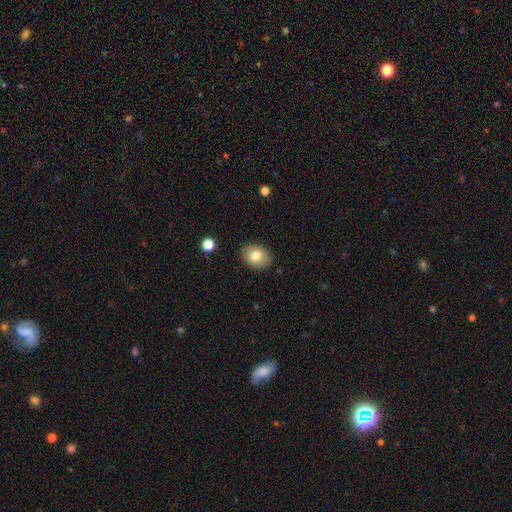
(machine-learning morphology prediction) smooth-or-featured: smooth: 79% | featured or disk: 13% | star or artifact: 9%
  how-rounded: in between: 63% | round: 37% | cigar-shaped: 1%
  merging: none: 87% | minor disturbance: 9% | major disturbance: 2% | merger: 1%